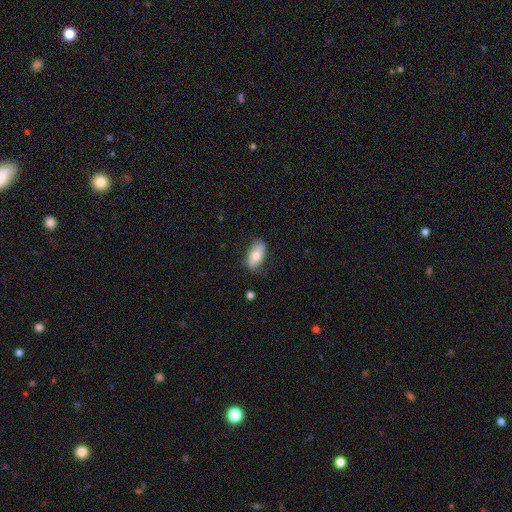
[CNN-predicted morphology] This is likely a smooth galaxy (68%). How rounded: clearly in between (92%). Merging: likely none (65%).